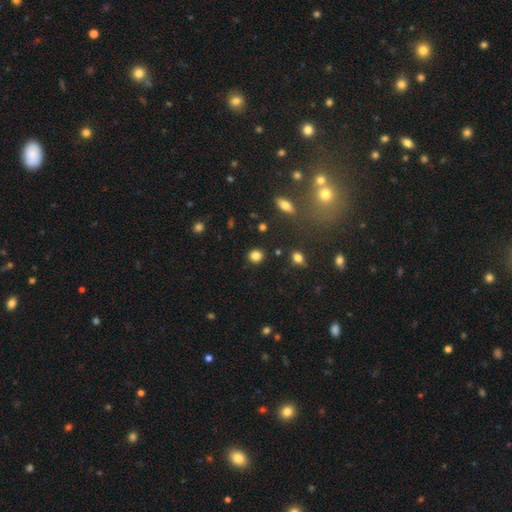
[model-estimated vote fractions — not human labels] smooth 84%, star or artifact 11%, featured or disk 5%. Down the decision tree: how rounded — round (83%); merging — none (89%).